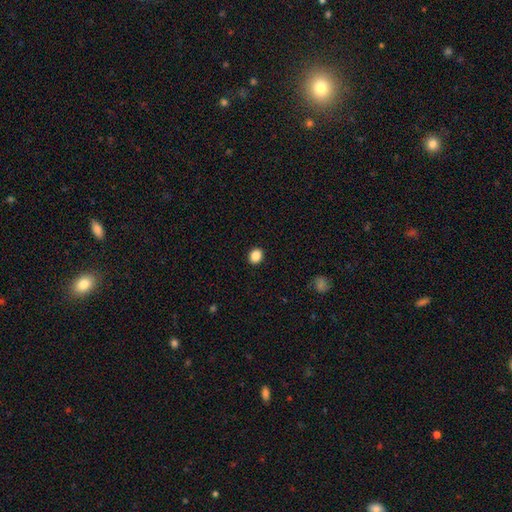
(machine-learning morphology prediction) smooth 88%, star or artifact 9%, featured or disk 3%. Down the decision tree: how rounded — round (57%); merging — none (91%).